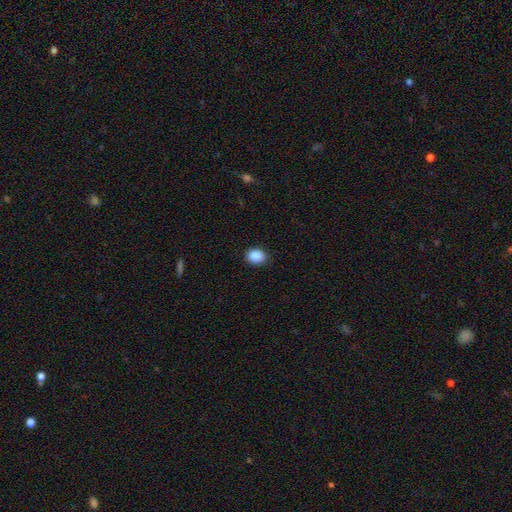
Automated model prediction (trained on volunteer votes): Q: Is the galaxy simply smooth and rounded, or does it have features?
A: smooth — 89%.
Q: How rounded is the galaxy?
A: in between — 50%.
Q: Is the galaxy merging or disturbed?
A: none — 86%.